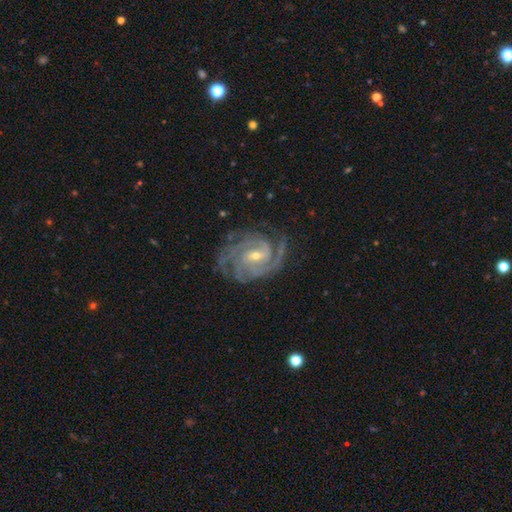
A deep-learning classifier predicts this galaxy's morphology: Overall: featured or disk (92%). Edge-on disk: no (98%). Bar: weak (45%; no 37%). Spiral arms: yes (98%). Spiral arm count: 3 (33%; 4 23%). Spiral winding: tight (68%; medium 29%). Bulge size: small (62%; moderate 35%). Merging: none (75%).